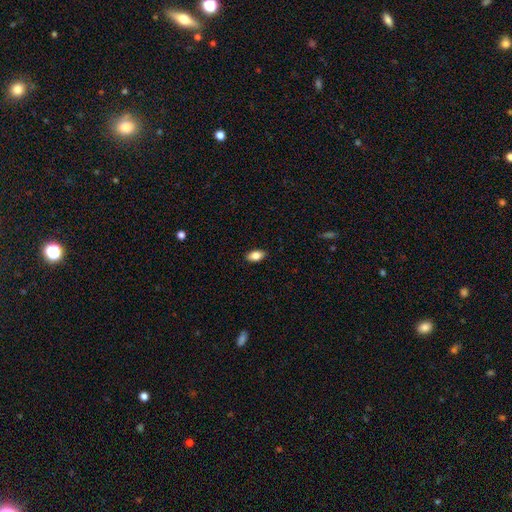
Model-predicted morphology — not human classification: type=smooth (84%); roundness=in between (91%); merging=none (89%).